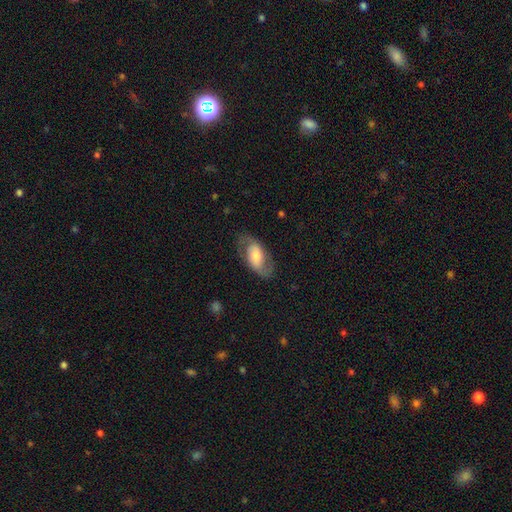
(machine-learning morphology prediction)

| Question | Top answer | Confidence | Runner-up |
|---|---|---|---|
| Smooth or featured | featured or disk | 67% | smooth (26%) |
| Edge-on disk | no | 94% | yes (6%) |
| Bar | no | 42% | weak (38%) |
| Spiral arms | yes | 86% | no (14%) |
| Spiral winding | medium | 47% | loose (33%) |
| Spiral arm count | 2 | 88% | can't tell (6%) |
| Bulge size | moderate | 50% | small (24%) |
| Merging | none | 75% | minor disturbance (15%) |